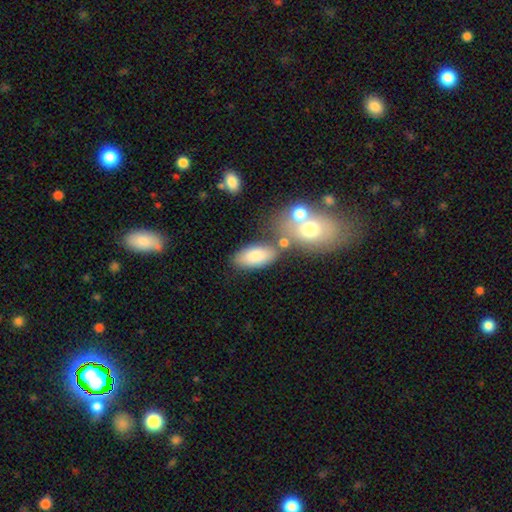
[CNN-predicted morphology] This is clearly a smooth galaxy (81%). How rounded: clearly in between (89%). Merging: likely none (66%).